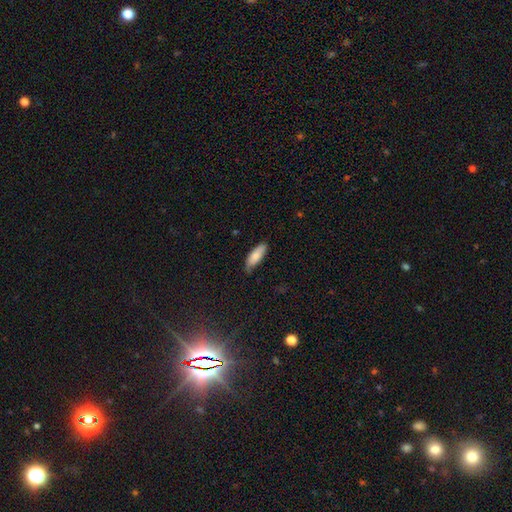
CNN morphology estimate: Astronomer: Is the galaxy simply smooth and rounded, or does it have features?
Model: smooth — 81%.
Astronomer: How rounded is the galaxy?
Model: in between — 61% (runner-up: cigar-shaped, 37%).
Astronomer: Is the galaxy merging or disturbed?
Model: none — 72%.